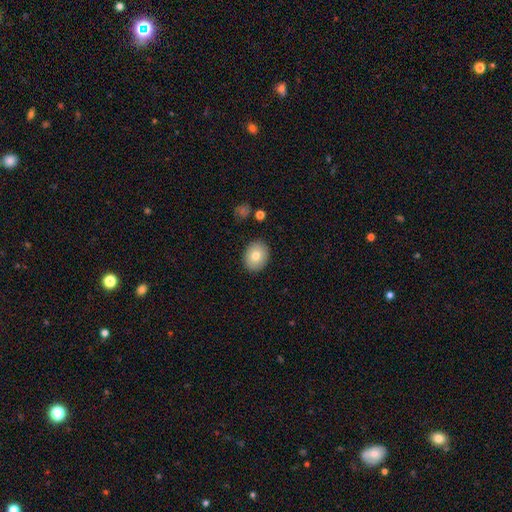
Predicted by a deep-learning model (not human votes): Smooth or featured: smooth — 79% (featured or disk — 14%)
How rounded: in between — 55% (round — 44%)
Merging: none — 88% (minor disturbance — 8%)